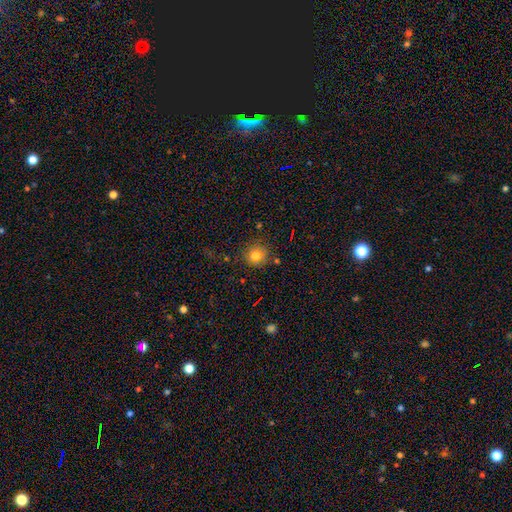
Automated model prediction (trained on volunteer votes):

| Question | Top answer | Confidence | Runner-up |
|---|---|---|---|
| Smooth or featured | smooth | 79% | star or artifact (13%) |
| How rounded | round | 92% | in between (7%) |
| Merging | none | 84% | minor disturbance (10%) |